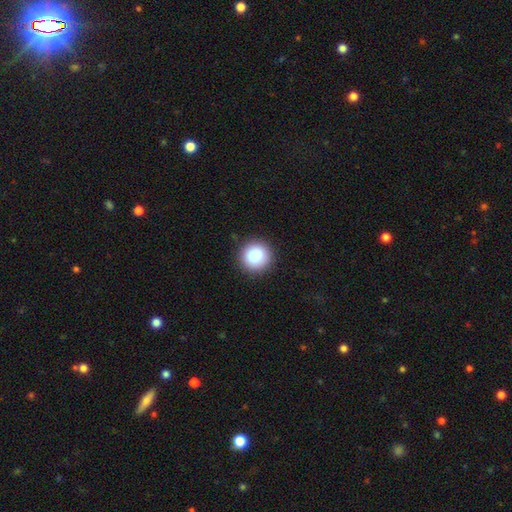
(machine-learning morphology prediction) This appears to be a smooth galaxy with no disk features (84%) that is round (95%). Merging: none (90%).